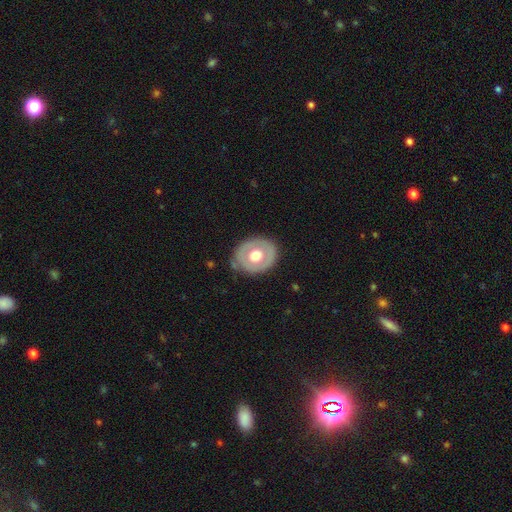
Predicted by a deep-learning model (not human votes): A smooth galaxy with no disk features (48%). Merging: none (79%).